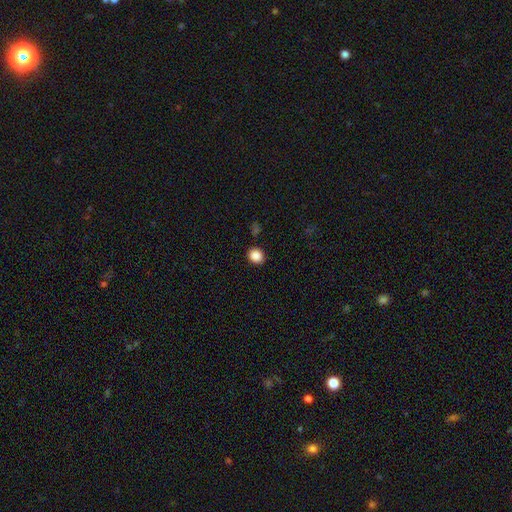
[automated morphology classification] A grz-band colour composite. It shows a smooth galaxy with no disk features (87%) that is round (73%). Merging: none (89%).